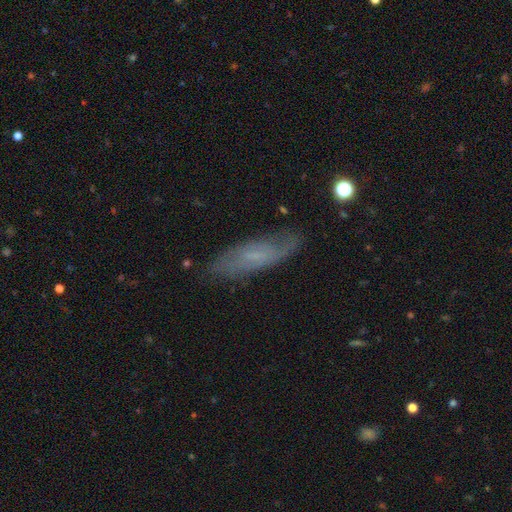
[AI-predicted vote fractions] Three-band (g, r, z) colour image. It shows a smooth galaxy with no disk features (46%). Merging: none (74%).